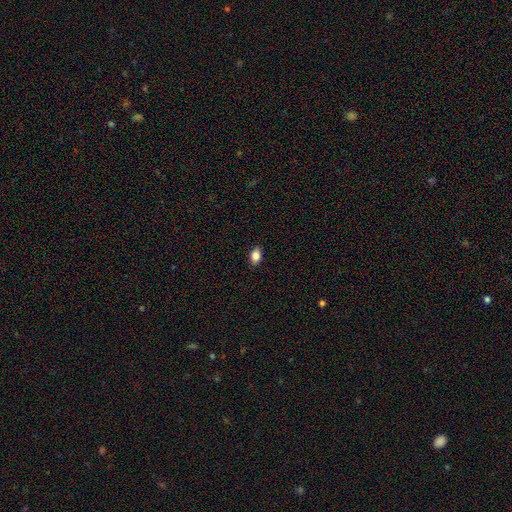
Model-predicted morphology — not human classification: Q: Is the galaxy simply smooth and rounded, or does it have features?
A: smooth — 86%.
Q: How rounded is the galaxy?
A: in between — 84%.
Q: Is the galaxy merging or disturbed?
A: none — 88%.